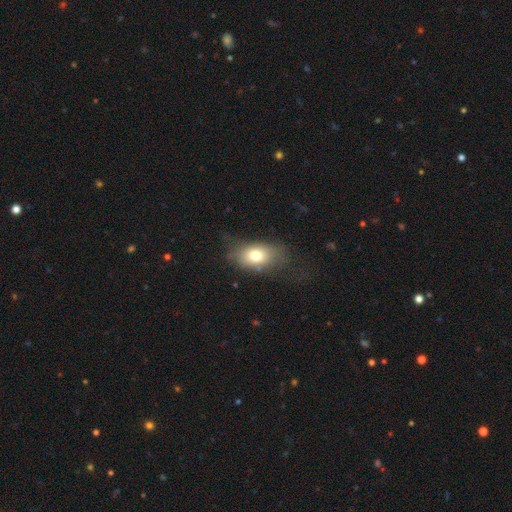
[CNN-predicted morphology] Overall: smooth (74%). How rounded: in between (83%). Merging: none (59%; minor disturbance 24%).